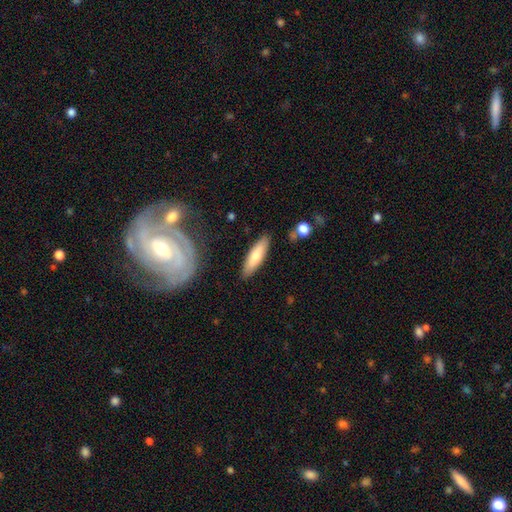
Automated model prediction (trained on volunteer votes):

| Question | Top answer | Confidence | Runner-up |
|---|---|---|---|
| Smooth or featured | smooth | 71% | featured or disk (23%) |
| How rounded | cigar-shaped | 61% | in between (37%) |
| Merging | none | 87% | minor disturbance (9%) |